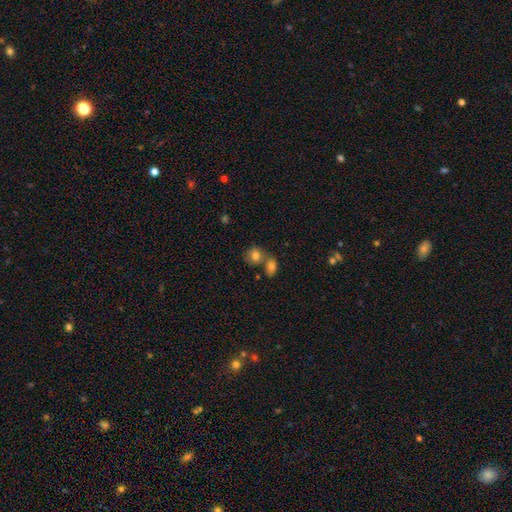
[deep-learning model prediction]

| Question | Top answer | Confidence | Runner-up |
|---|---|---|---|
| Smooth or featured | smooth | 79% | featured or disk (11%) |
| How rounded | round | 68% | in between (31%) |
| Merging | none | 44% | merger (43%) |